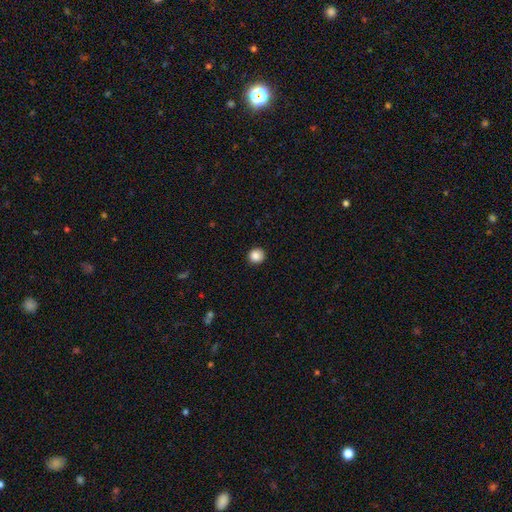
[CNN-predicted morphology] Overall: smooth (87%). How rounded: round (94%). Merging: none (92%).